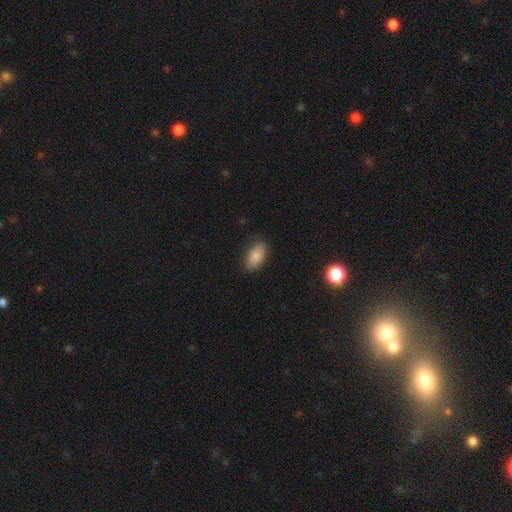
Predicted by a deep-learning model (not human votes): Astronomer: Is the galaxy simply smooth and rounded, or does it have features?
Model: smooth — 86%.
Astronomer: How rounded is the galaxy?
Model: in between — 92%.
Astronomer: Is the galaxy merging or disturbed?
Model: none — 86%.